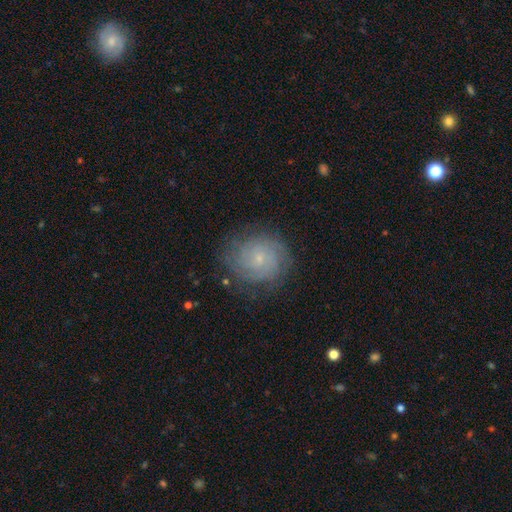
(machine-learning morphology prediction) Overall: featured or disk (54%; smooth 29%). Edge-on disk: no (97%). Bar: no (75%). Spiral arms: yes (90%). Bulge size: small (75%). Merging: none (81%).